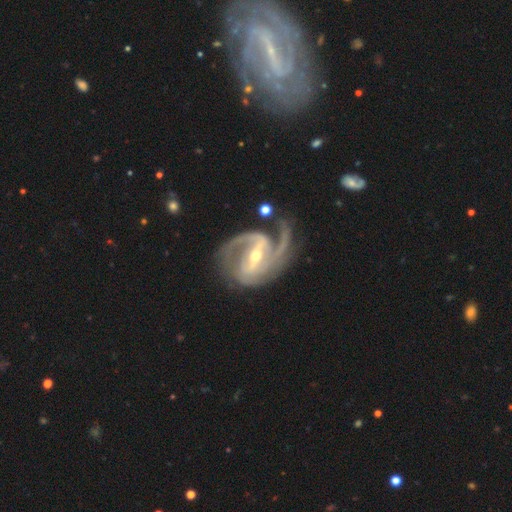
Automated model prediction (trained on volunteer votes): Smooth or featured: featured or disk — 93% (star or artifact — 4%)
Edge-on disk: no — 97% (yes — 3%)
Bar: strong — 63% (weak — 29%)
Spiral arms: yes — 98% (no — 2%)
Spiral winding: medium — 52% (tight — 33%)
Spiral arm count: 2 — 56% (3 — 24%)
Bulge size: small — 55% (moderate — 42%)
Merging: none — 58% (minor disturbance — 20%)